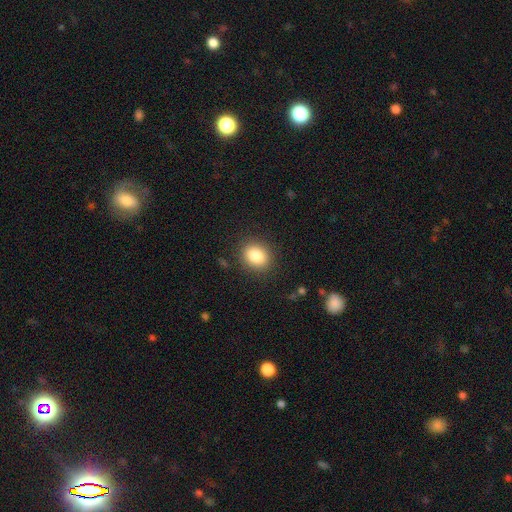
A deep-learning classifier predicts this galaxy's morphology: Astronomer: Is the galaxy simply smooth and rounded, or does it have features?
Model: smooth — 85%.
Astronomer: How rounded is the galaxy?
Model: round — 51% (runner-up: in between, 48%).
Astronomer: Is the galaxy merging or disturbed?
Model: none — 87%.